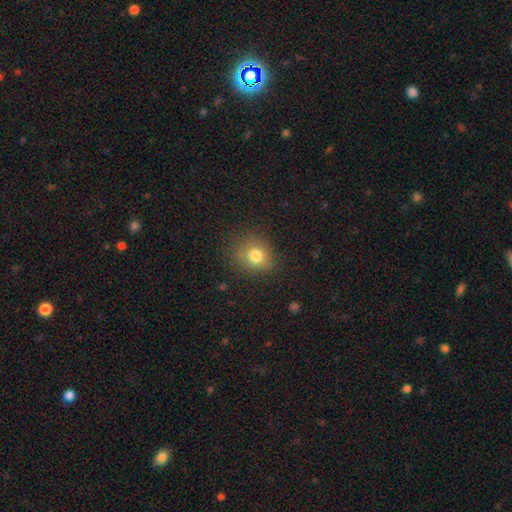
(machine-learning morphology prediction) Smooth or featured: smooth — 79% (star or artifact — 13%)
How rounded: round — 70% (in between — 29%)
Merging: none — 77% (minor disturbance — 15%)